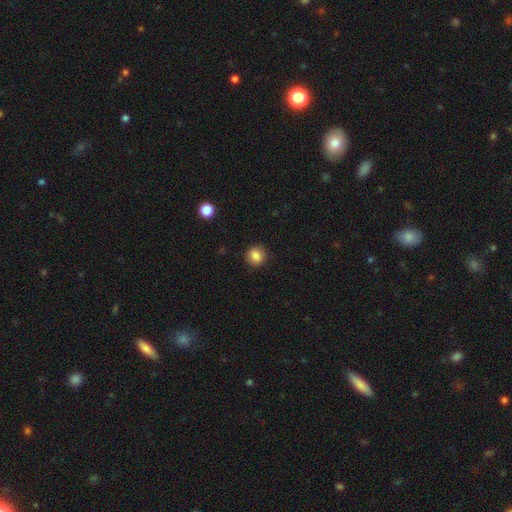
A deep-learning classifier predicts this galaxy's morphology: Smooth or featured? smooth (84%)
How rounded? round (88%)
Merging? none (89%)